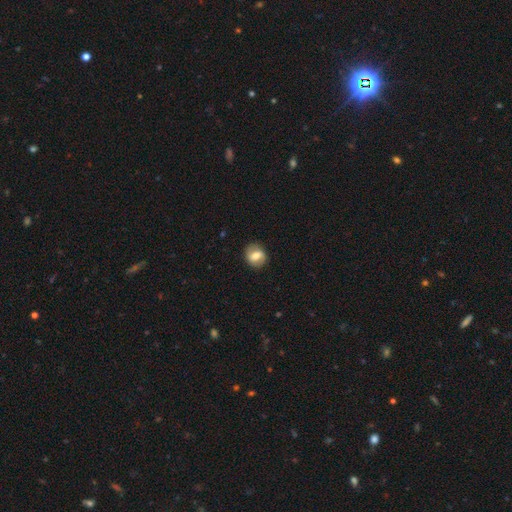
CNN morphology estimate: The model was most divided on "smooth or featured": smooth: 59%, featured or disk: 33%, star or artifact: 8%. More confident: merging — none (84%); how rounded — round (64%).